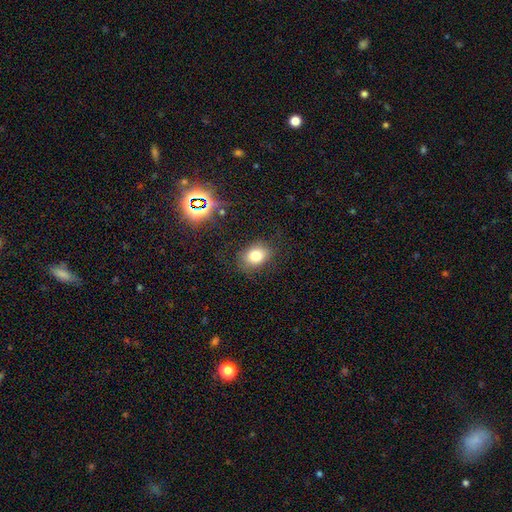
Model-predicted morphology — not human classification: type=smooth (78%); roundness=in between (63%); merging=none (77%).